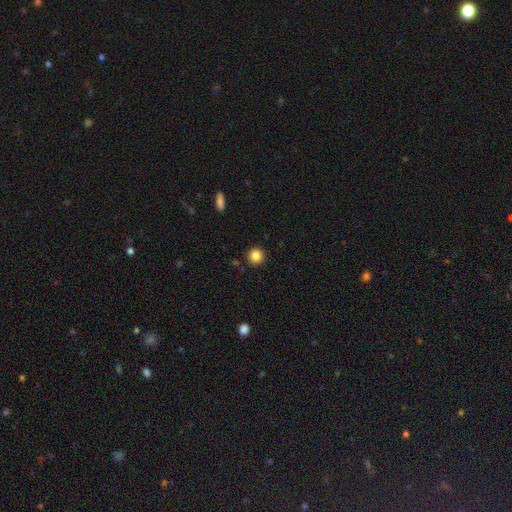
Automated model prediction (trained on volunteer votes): This is clearly a smooth galaxy (85%). How rounded: clearly round (94%). Merging: clearly none (92%).